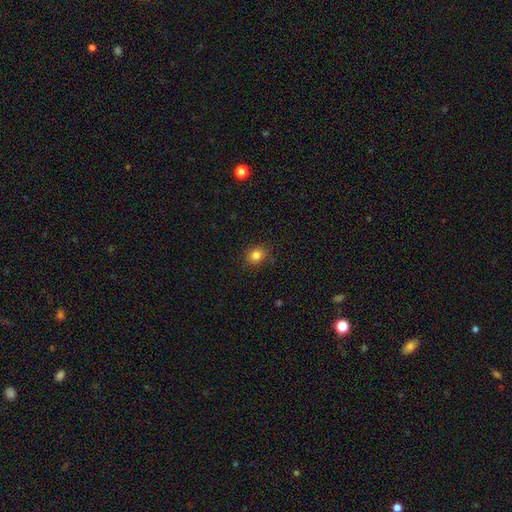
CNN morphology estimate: type=smooth (83%); roundness=round (65%); merging=none (86%).